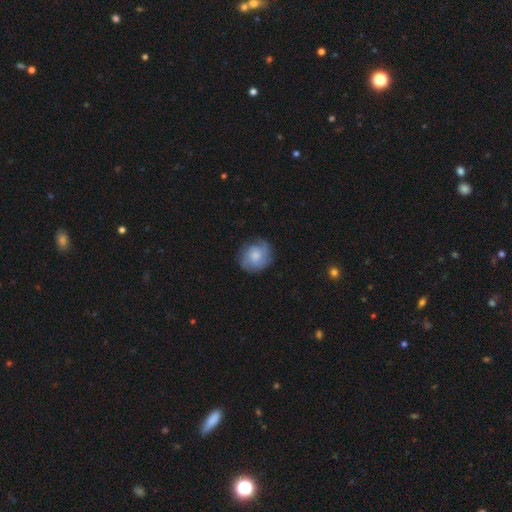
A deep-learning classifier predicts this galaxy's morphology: This is possibly a featured or disk galaxy (49%). Merging: likely none (75%).